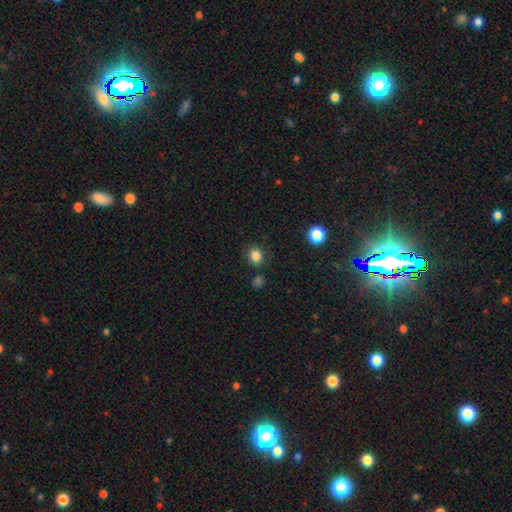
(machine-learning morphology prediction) type=smooth (84%); roundness=round (72%); merging=none (83%).